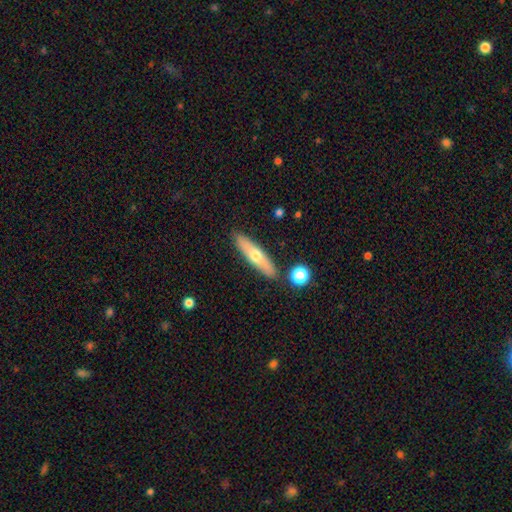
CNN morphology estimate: Smooth or featured? Predicted: smooth (p=0.53). How rounded? Predicted: cigar-shaped (p=0.77). Merging? Predicted: none (p=0.85).